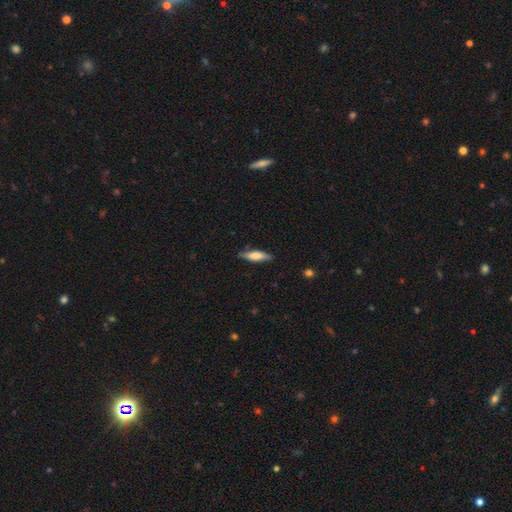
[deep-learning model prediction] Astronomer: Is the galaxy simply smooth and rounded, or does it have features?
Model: smooth — 63%.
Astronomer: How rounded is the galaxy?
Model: cigar-shaped — 67%.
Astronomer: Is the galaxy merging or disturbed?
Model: none — 85%.